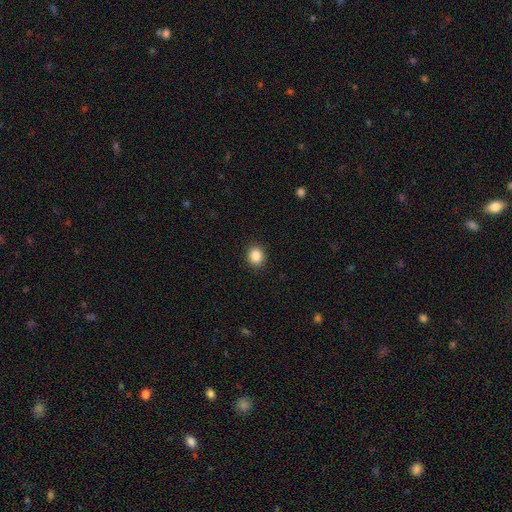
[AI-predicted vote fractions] This is clearly a smooth galaxy (87%). How rounded: likely round (73%). Merging: clearly none (91%).